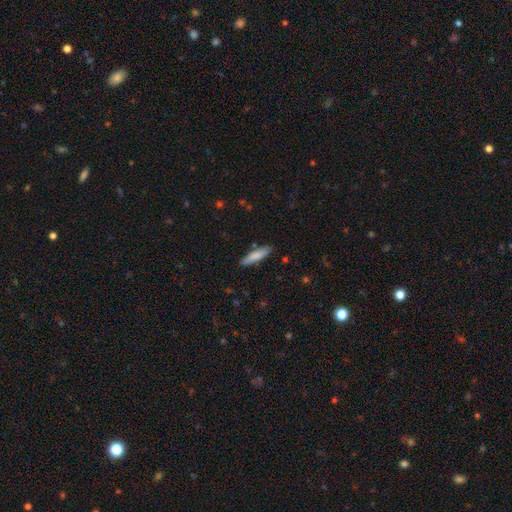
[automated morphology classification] Q: Smooth or featured?
A: smooth (79%); runner-up: featured or disk (15%)
Q: How rounded?
A: cigar-shaped (75%); runner-up: in between (24%)
Q: Merging?
A: none (85%); runner-up: minor disturbance (11%)